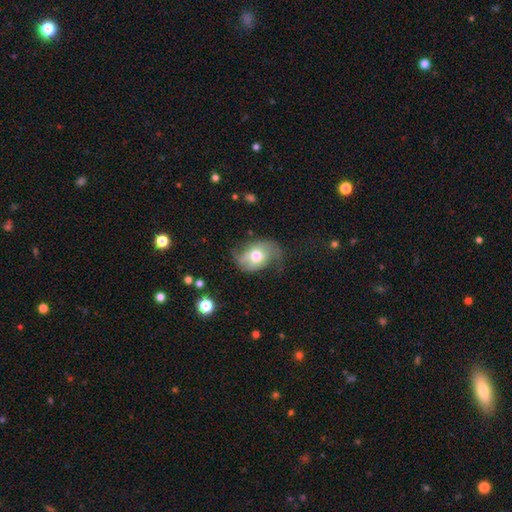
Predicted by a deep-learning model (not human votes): Smooth or featured: featured or disk — 49% (smooth — 43%)
Merging: none — 47% (minor disturbance — 30%)